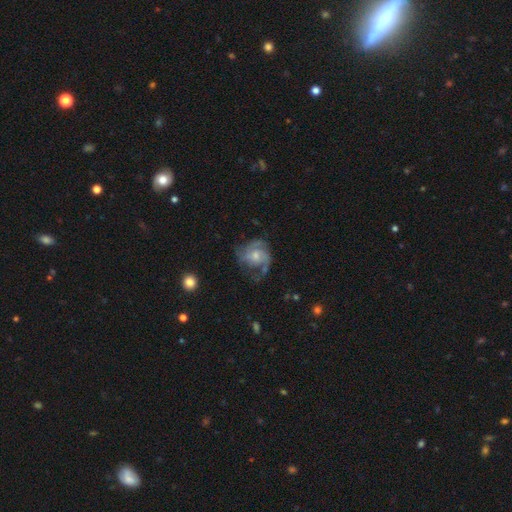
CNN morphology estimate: This appears to be a featured or disk galaxy (72%) with no bar (71%), 2 (29%, tied with 3) medium (46%) spiral arms (88%) and a moderate central bulge (48%). Merging: none (48%).